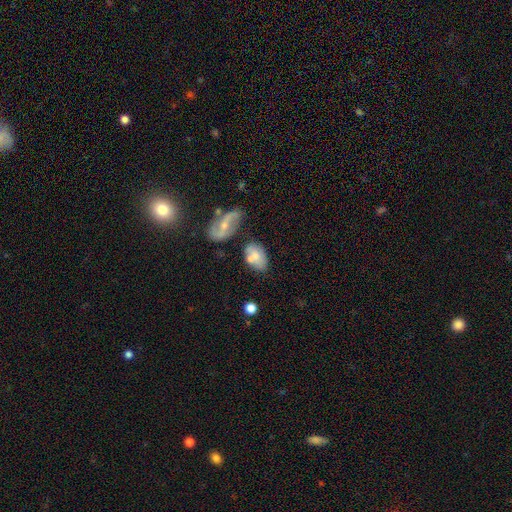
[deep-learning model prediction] Smooth or featured? Predicted: smooth (p=0.62). How rounded? Predicted: in between (p=0.89). Merging? Predicted: none (p=0.47).